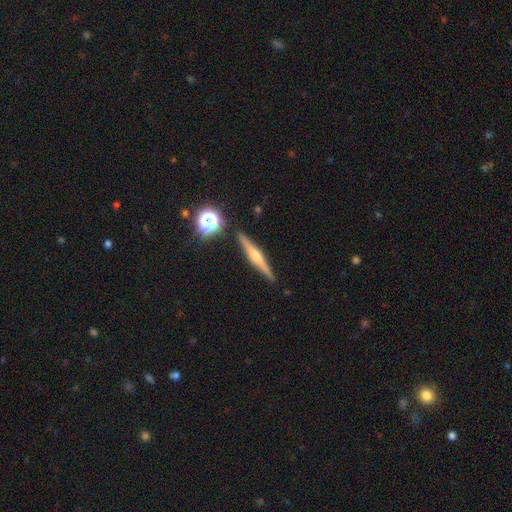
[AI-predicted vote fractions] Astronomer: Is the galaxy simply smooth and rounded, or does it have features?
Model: featured or disk — 69%.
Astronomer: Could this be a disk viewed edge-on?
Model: yes — 98%.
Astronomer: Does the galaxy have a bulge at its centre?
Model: rounded — 83%.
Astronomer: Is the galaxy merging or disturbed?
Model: none — 90%.